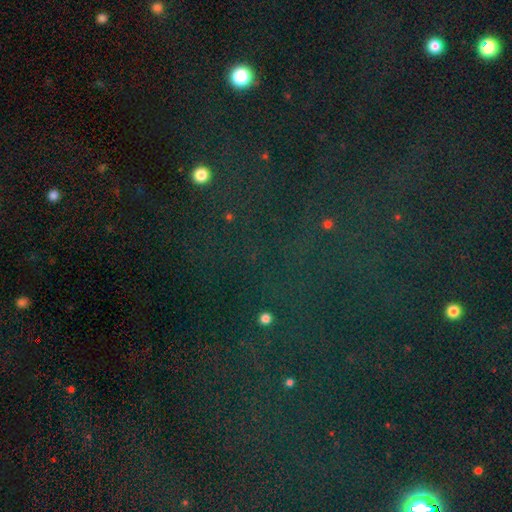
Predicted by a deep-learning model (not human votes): Smooth or featured? Predicted: star or artifact (p=0.80).